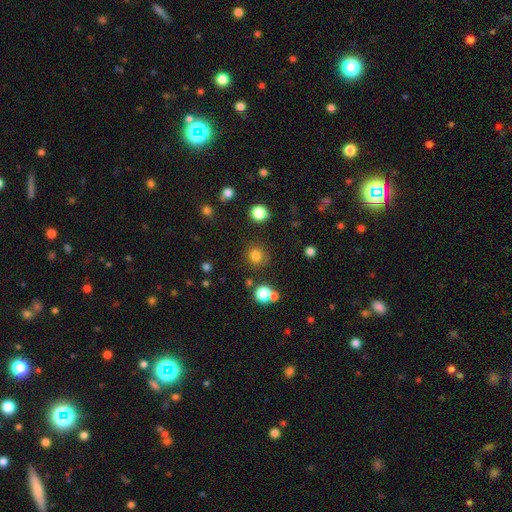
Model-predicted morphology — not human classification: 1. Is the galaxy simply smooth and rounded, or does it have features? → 79% smooth, 16% star or artifact, 5% featured or disk.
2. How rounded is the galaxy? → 89% round, 10% in between, 1% cigar-shaped.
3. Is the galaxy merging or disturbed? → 81% none, 10% minor disturbance, 5% merger, 4% major disturbance.